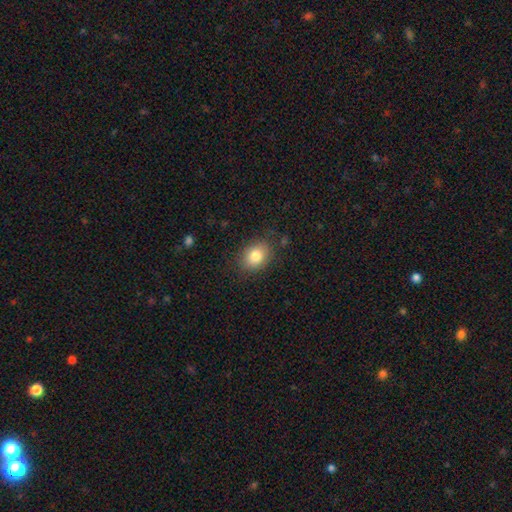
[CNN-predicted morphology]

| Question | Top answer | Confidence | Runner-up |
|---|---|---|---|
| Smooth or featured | smooth | 83% | star or artifact (9%) |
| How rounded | in between | 63% | round (36%) |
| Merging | none | 83% | minor disturbance (12%) |